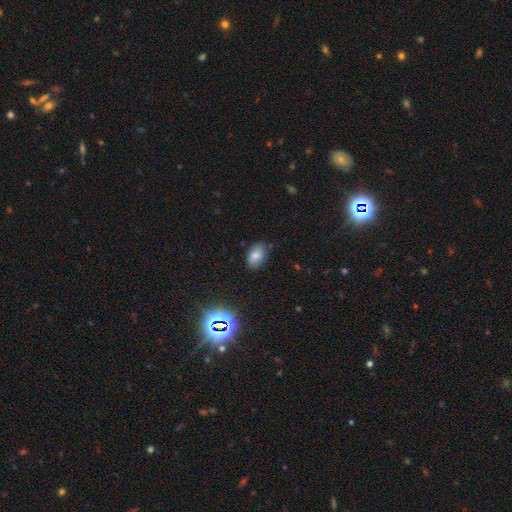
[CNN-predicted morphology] smooth-or-featured: smooth: 78% | star or artifact: 13% | featured or disk: 9%
  how-rounded: in between: 89% | round: 10% | cigar-shaped: 2%
  merging: none: 80% | minor disturbance: 15% | major disturbance: 3% | merger: 2%